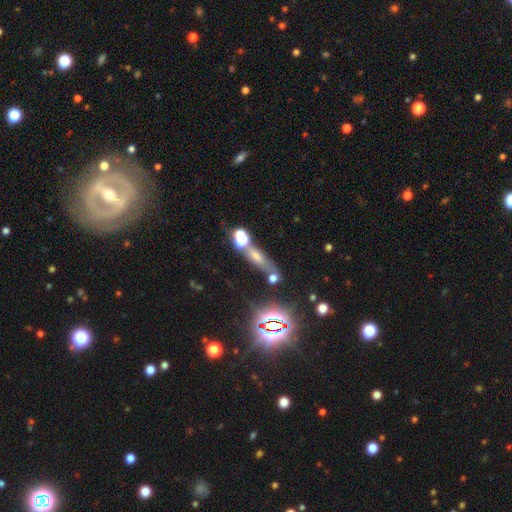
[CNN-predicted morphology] Smooth or featured? smooth (38%)
Merging? none (58%)